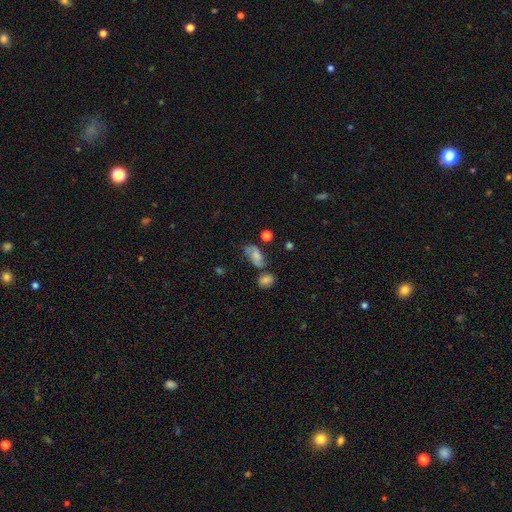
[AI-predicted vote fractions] Smooth or featured? smooth (63%)
How rounded? in between (87%)
Merging? none (48%)